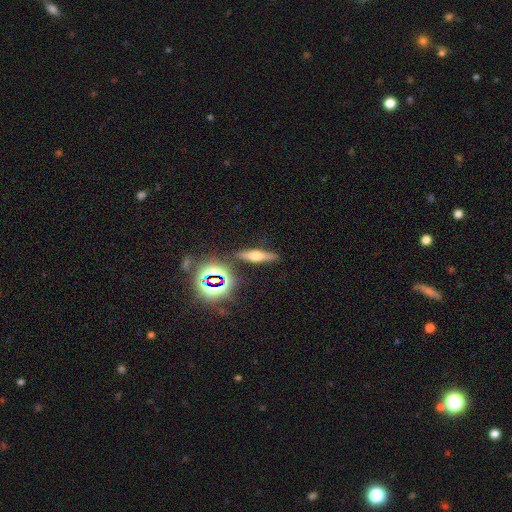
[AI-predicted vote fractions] Overall: featured or disk (46%; smooth 35%). Merging: none (85%).